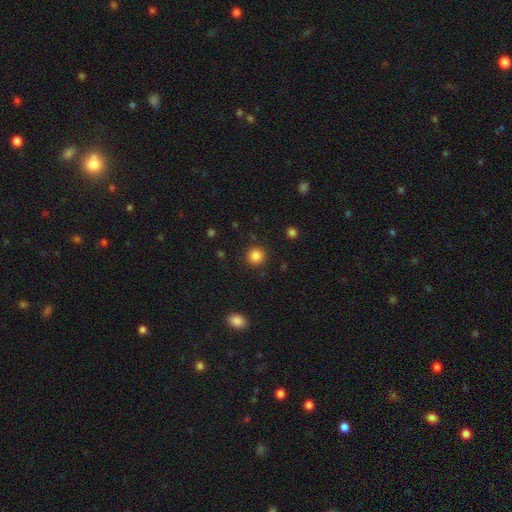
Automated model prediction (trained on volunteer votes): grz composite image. It shows a smooth galaxy with no disk features (85%) that is round (93%). Merging: none (90%).